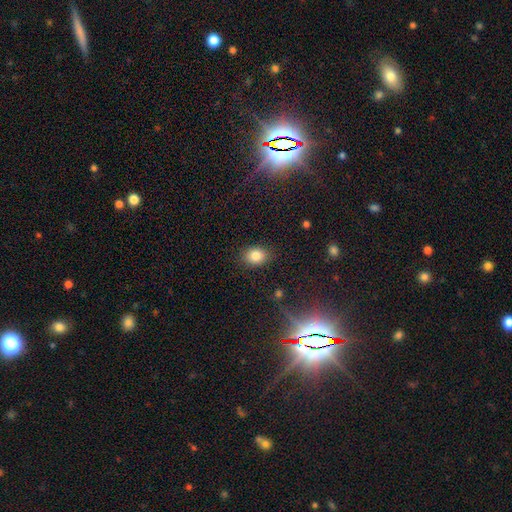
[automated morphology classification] The model was most divided on "how rounded": in between: 62%, round: 37%, cigar-shaped: 1%. More confident: merging — none (86%); smooth or featured — smooth (83%).